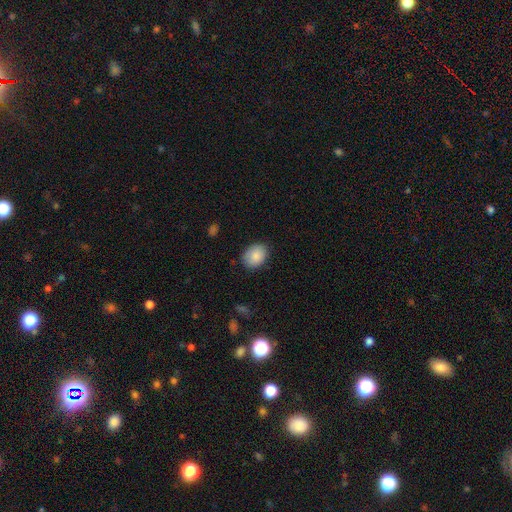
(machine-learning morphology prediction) A smooth galaxy with no disk features (87%) that is in between round and cigar-shaped (66%). Merging: none (81%).